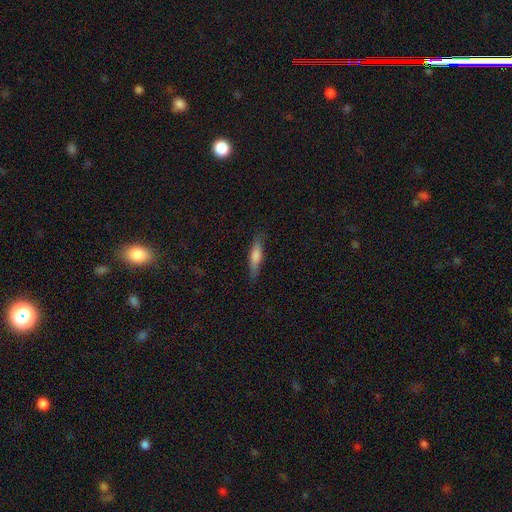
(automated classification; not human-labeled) Smooth or featured? smooth (70%)
How rounded? cigar-shaped (75%)
Merging? none (84%)